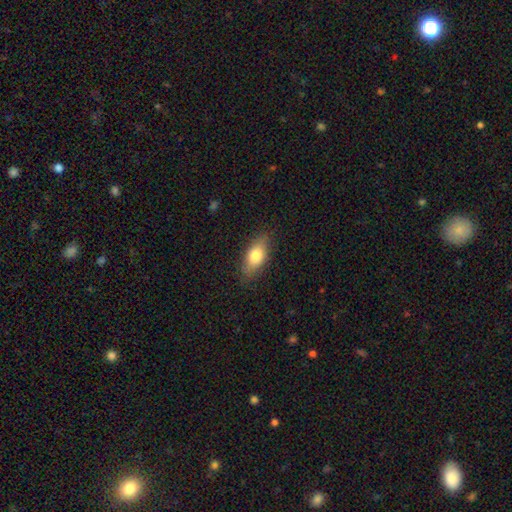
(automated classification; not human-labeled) This appears to be a smooth galaxy with no disk features (77%) that is in between round and cigar-shaped (83%). Merging: none (84%).